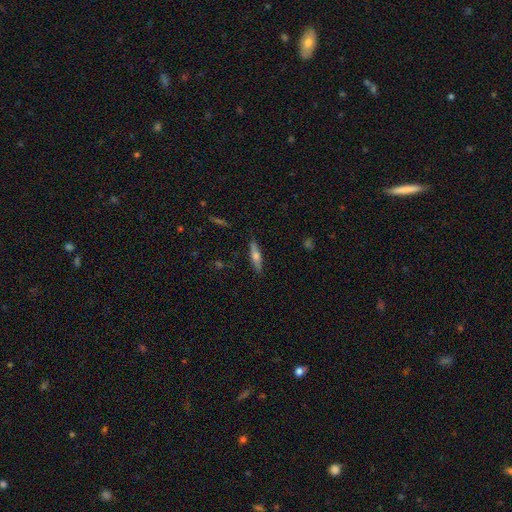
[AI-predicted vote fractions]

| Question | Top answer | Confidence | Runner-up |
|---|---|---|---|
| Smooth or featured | smooth | 52% | featured or disk (41%) |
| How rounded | cigar-shaped | 75% | in between (23%) |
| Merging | none | 87% | minor disturbance (10%) |